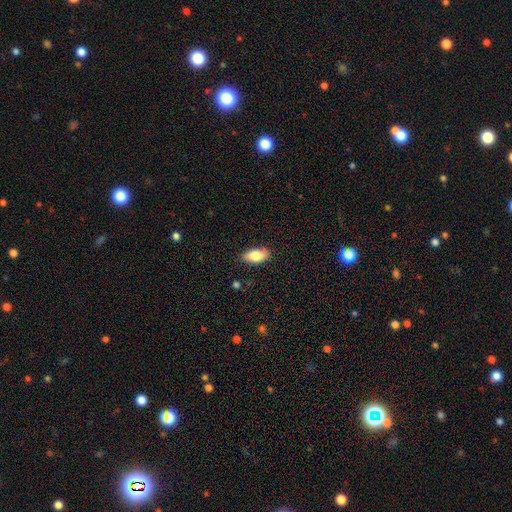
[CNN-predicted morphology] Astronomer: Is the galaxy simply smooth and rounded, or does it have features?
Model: smooth — 82%.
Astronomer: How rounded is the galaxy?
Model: in between — 92%.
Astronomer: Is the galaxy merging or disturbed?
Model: none — 83%.